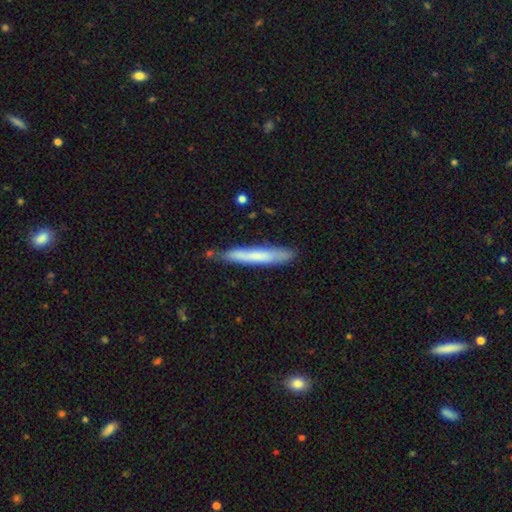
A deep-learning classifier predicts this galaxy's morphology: Smooth or featured? smooth (67%)
How rounded? cigar-shaped (94%)
Merging? none (76%)